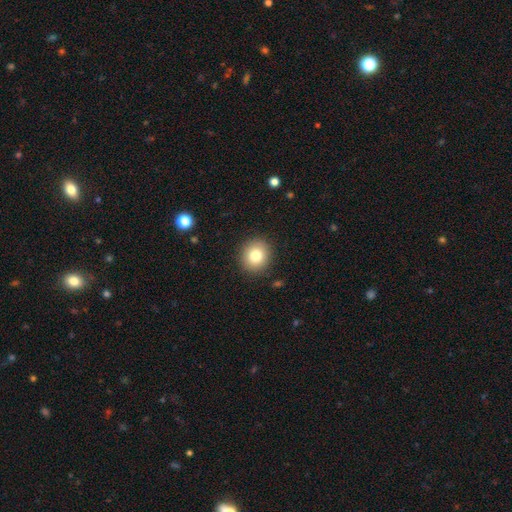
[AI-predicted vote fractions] Q: Smooth or featured?
A: smooth (80%); runner-up: star or artifact (10%)
Q: How rounded?
A: round (85%); runner-up: in between (14%)
Q: Merging?
A: none (90%); runner-up: minor disturbance (7%)